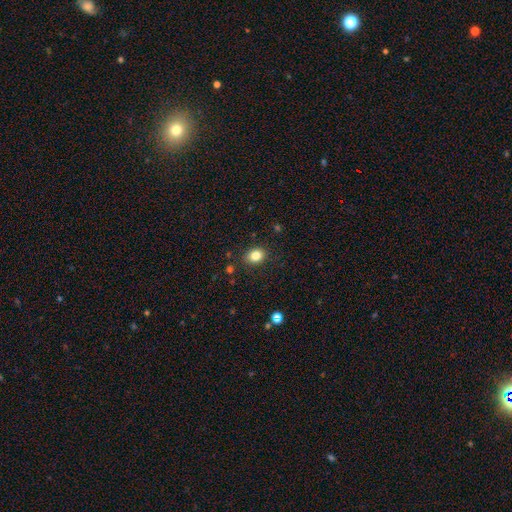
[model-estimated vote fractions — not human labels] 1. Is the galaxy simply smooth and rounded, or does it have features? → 83% smooth, 11% star or artifact, 6% featured or disk.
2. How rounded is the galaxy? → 51% in between, 48% round, 1% cigar-shaped.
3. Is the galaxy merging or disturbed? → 86% none, 10% minor disturbance, 2% major disturbance, 2% merger.